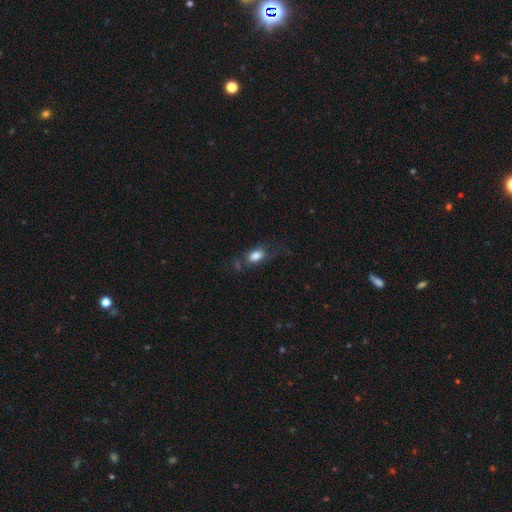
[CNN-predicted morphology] A smooth galaxy with no disk features (78%) that is in between round and cigar-shaped (85%).

Vote fractions:
- Smooth or featured? smooth: 78% / featured or disk: 13% / star or artifact: 9%
- How rounded? in between: 85% / round: 10% / cigar-shaped: 5%
- Merging? none: 53% / minor disturbance: 24% / major disturbance: 19% / merger: 4%